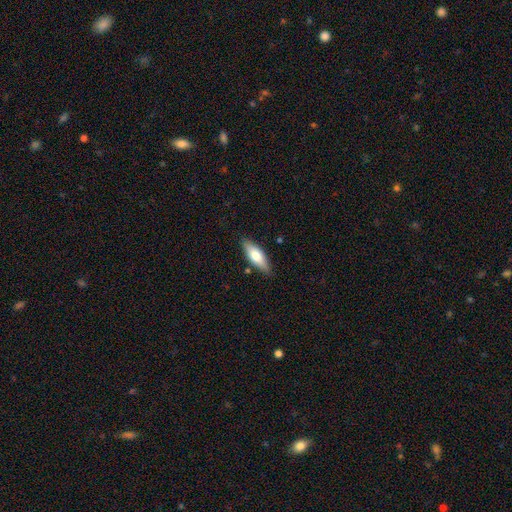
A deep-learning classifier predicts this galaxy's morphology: Smooth or featured: smooth — 71% (featured or disk — 23%)
How rounded: in between — 66% (cigar-shaped — 32%)
Merging: none — 84% (minor disturbance — 12%)